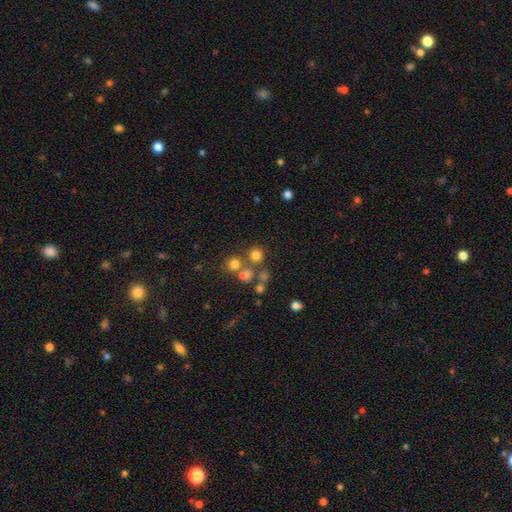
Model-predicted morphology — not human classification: smooth 70%, star or artifact 19%, featured or disk 10%. Down the decision tree: how rounded — round (90%); merging — none (67%).